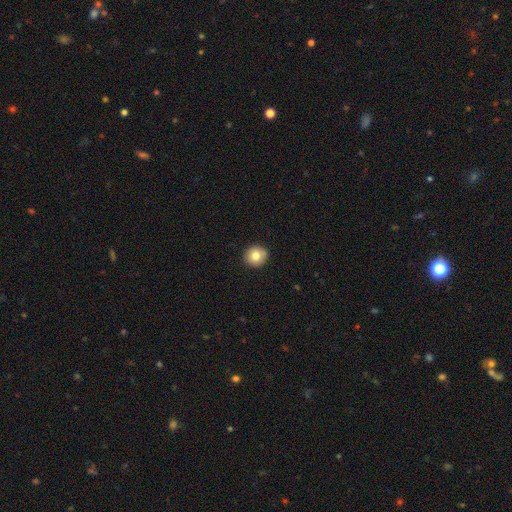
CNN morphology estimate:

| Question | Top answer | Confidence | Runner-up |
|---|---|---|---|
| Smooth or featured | smooth | 79% | featured or disk (12%) |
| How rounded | round | 90% | in between (9%) |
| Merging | none | 91% | minor disturbance (6%) |